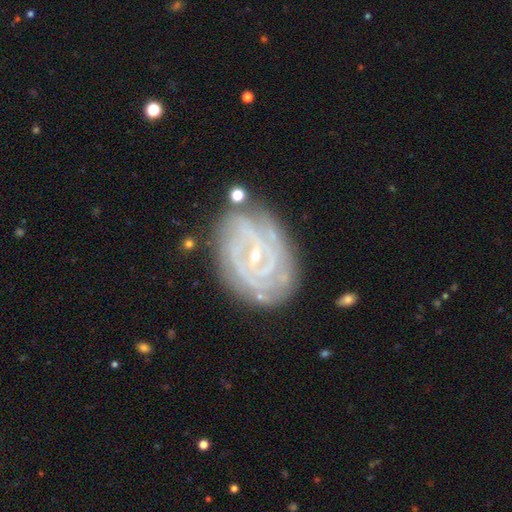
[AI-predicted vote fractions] smooth-or-featured: featured or disk: 89% | star or artifact: 6% | smooth: 6%
  disk-edge-on: no: 97% | yes: 3%
    bar: weak: 45% | no: 32% | strong: 23%
    has-spiral-arms: yes: 97% | no: 3%
      spiral-winding: tight: 75% | medium: 22% | loose: 4%
      spiral-arm-count: 2: 33% | can't tell: 22% | 3: 21% | 4: 12% | more than 4: 6% | 1: 5%
    bulge-size: small: 75% | moderate: 21% | none: 1% | large: 1% | dominant: 1%
  merging: none: 73% | minor disturbance: 19% | major disturbance: 6% | merger: 3%